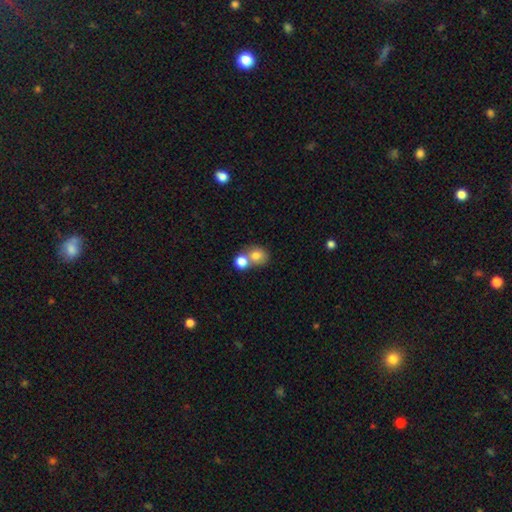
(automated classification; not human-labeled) Overall: smooth (77%). How rounded: round (74%). Merging: merger (51%; none 38%).